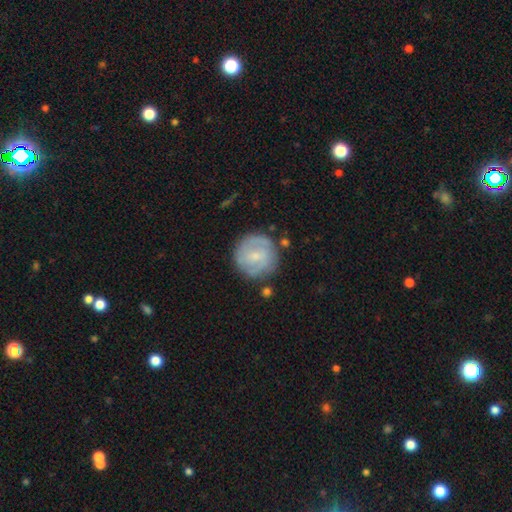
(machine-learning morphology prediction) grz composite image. It shows a featured or disk galaxy (55%) with a weak bar (48%), spiral arms (75%) and a small central bulge (63%). Merging: none (77%).